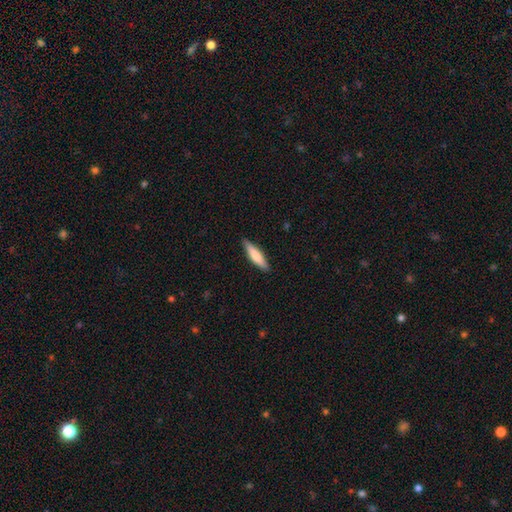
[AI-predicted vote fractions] A smooth galaxy with no disk features (70%) that is cigar-shaped (78%). Merging: none (88%).